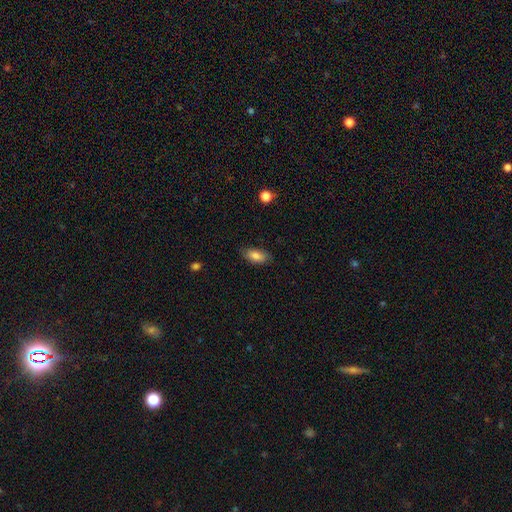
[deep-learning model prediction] Q: Smooth or featured?
A: smooth (82%); runner-up: featured or disk (11%)
Q: How rounded?
A: in between (88%); runner-up: cigar-shaped (9%)
Q: Merging?
A: none (81%); runner-up: minor disturbance (15%)